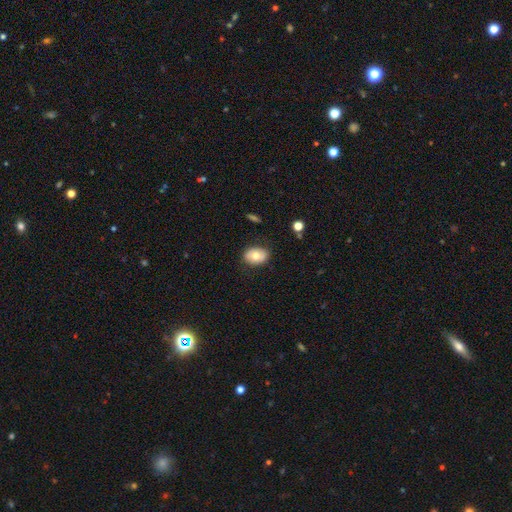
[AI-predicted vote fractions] A smooth galaxy with no disk features (67%) that is in between round and cigar-shaped (72%).

Vote fractions:
- Smooth or featured? smooth: 67% / featured or disk: 25% / star or artifact: 8%
- How rounded? in between: 72% / round: 27% / cigar-shaped: 1%
- Merging? none: 82% / minor disturbance: 13% / major disturbance: 3% / merger: 1%